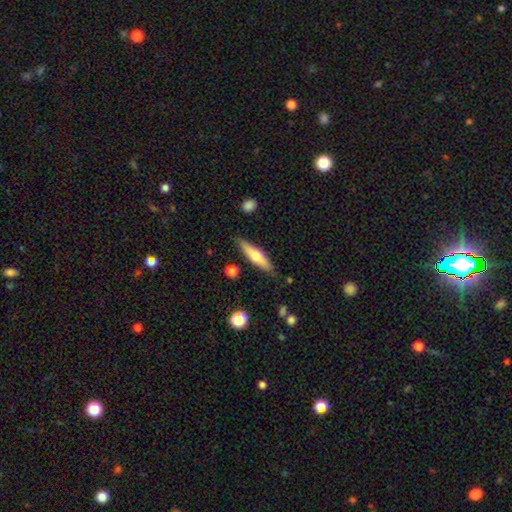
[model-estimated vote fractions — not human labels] smooth 53%, featured or disk 41%, star or artifact 6%. Down the decision tree: how rounded — cigar-shaped (72%); merging — none (82%).